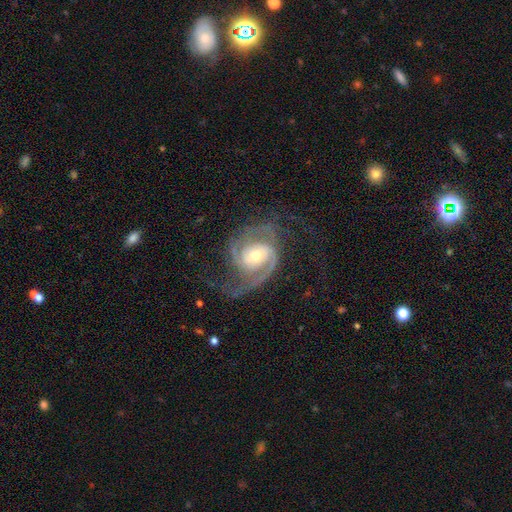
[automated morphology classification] type=featured or disk (90%); edge-on=no (97%); bar=no (54%); spiral arms=yes (97%); winding=medium (49%); arm count=2 (71%); bulge=moderate (56%); merging=none (61%).